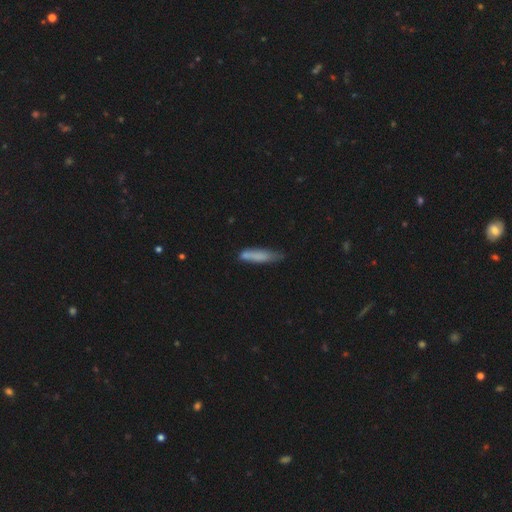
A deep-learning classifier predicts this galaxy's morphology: Smooth or featured? Predicted: smooth (p=0.76). How rounded? Predicted: cigar-shaped (p=0.82). Merging? Predicted: none (p=0.61).